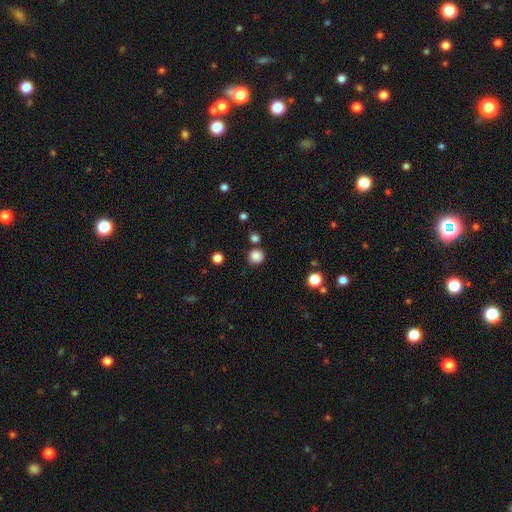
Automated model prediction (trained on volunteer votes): Overall: smooth (84%). How rounded: round (92%). Merging: none (82%).